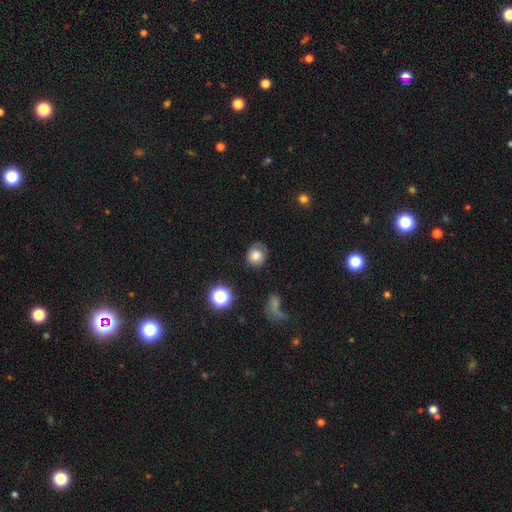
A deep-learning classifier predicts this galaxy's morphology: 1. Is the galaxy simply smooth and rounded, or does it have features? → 75% smooth, 14% featured or disk, 11% star or artifact.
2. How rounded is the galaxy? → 76% round, 22% in between, 1% cigar-shaped.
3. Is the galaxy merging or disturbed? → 65% none, 22% minor disturbance, 10% major disturbance, 3% merger.